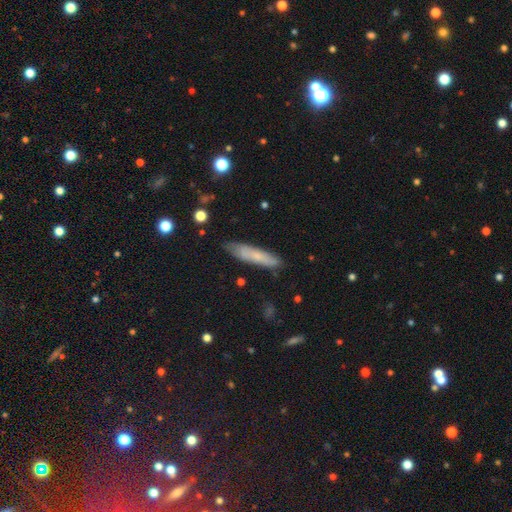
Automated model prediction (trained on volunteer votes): smooth-or-featured: smooth: 65% | featured or disk: 28% | star or artifact: 7%
  how-rounded: cigar-shaped: 83% | in between: 15% | round: 2%
  merging: none: 80% | minor disturbance: 16% | major disturbance: 3% | merger: 2%